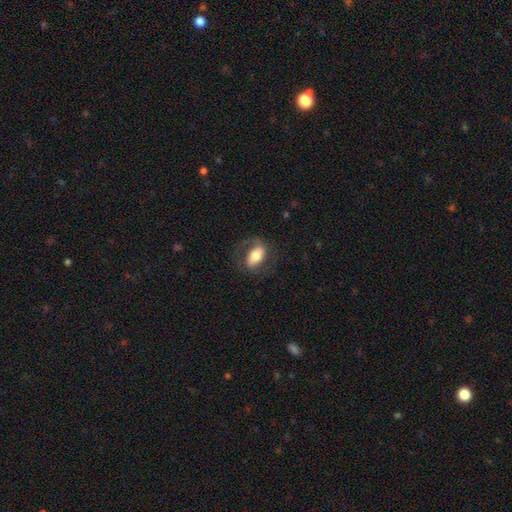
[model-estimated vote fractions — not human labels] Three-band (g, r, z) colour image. It shows a smooth galaxy with no disk features (50%). Merging: none (64%).